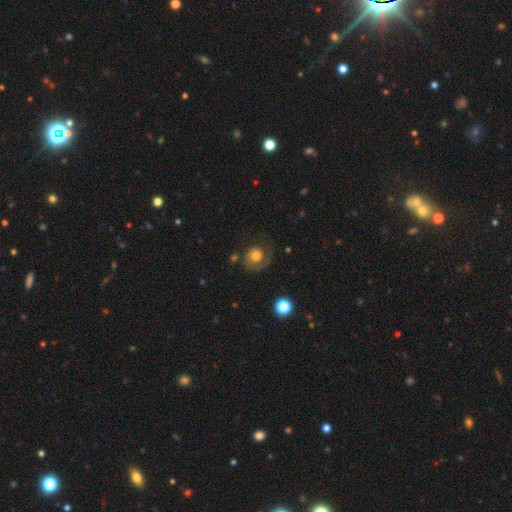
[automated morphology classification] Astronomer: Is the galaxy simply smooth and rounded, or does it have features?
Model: featured or disk — 56% (runner-up: smooth, 36%).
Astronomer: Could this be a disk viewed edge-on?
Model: no — 97%.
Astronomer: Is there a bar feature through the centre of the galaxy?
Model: no — 83%.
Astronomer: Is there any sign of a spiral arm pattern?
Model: yes — 82%.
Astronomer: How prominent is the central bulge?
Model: moderate — 56%.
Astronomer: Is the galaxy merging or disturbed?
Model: none — 56%.